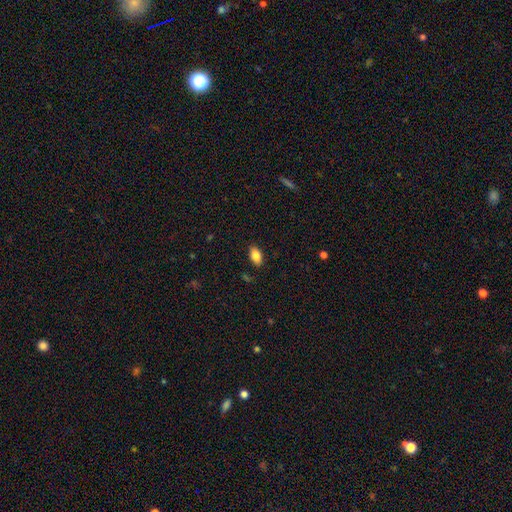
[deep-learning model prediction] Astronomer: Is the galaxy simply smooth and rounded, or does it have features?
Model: smooth — 85%.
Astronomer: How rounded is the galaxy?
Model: in between — 91%.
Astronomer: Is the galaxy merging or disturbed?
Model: none — 86%.